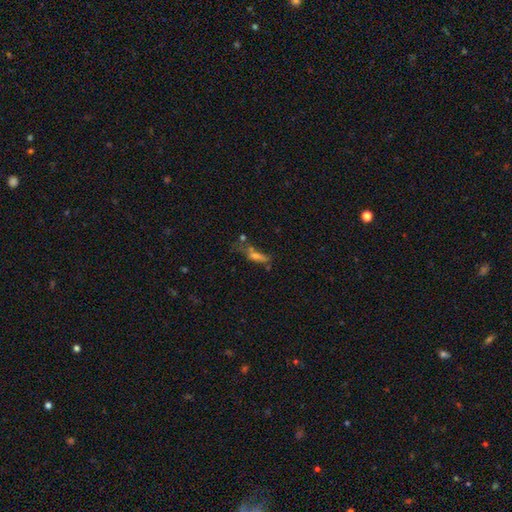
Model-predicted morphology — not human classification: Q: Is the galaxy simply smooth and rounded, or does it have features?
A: smooth — 45%.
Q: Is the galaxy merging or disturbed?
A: none — 39%.